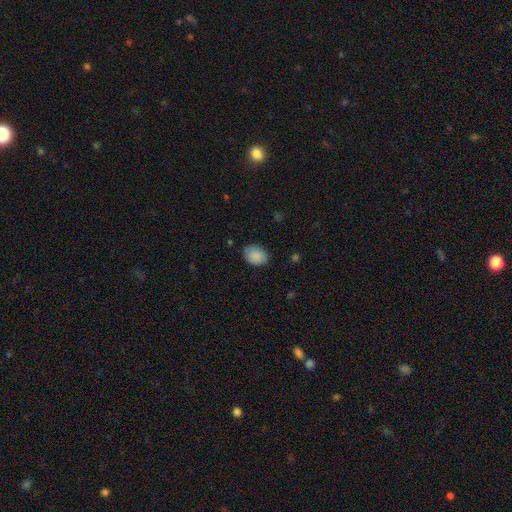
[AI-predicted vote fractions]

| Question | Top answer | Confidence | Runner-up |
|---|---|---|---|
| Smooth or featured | smooth | 88% | star or artifact (7%) |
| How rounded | in between | 67% | round (32%) |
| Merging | none | 78% | minor disturbance (17%) |